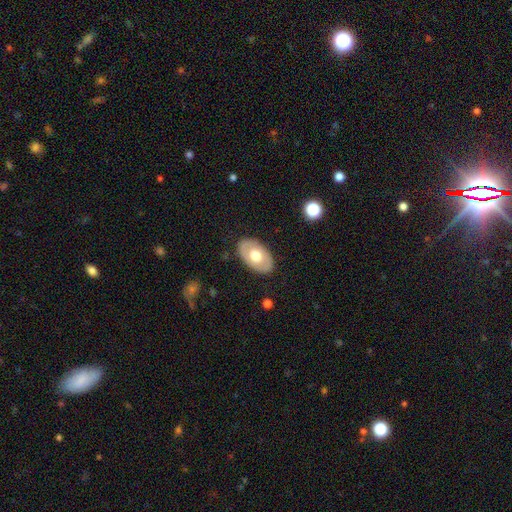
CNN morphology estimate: smooth_or_featured: smooth (p=0.55) [alt: featured or disk p=0.40]
how_rounded: in between (p=0.91) [alt: round p=0.08]
merging: none (p=0.86) [alt: minor disturbance p=0.10]